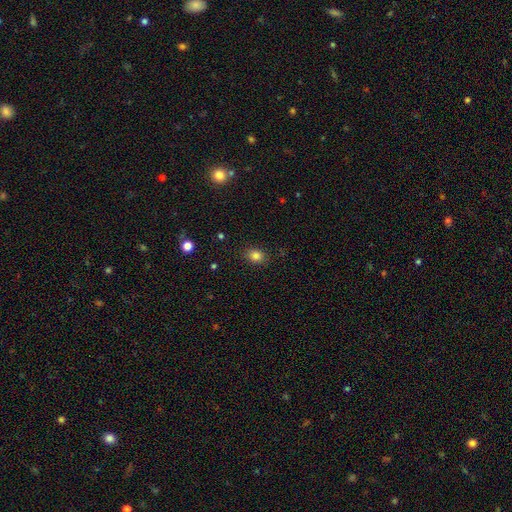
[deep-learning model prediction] Q: Smooth or featured?
A: smooth (83%); runner-up: star or artifact (12%)
Q: How rounded?
A: in between (50%); runner-up: round (49%)
Q: Merging?
A: none (86%); runner-up: minor disturbance (10%)